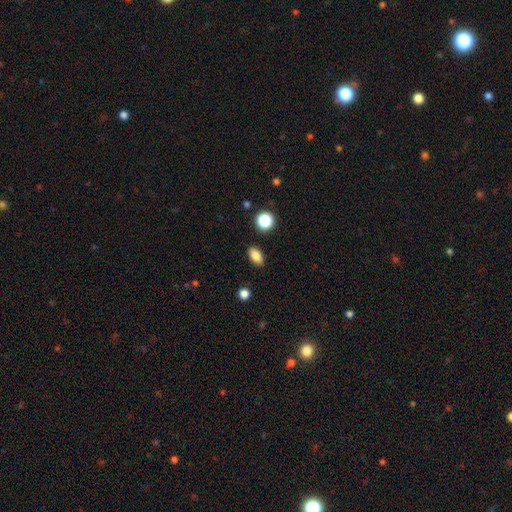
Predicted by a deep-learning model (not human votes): Morphology: type=smooth (85%); roundness=in between (86%); merging=none (88%).